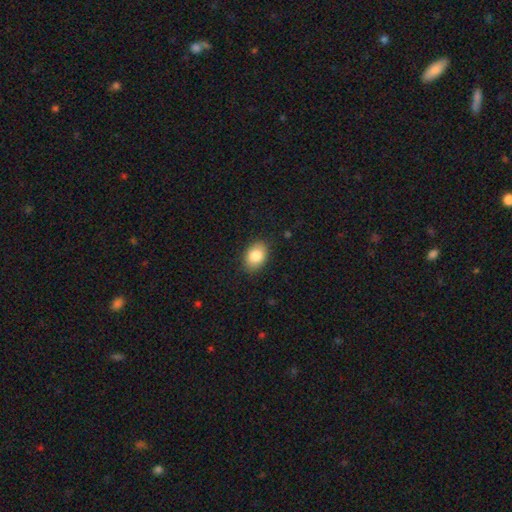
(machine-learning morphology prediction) smooth_or_featured: smooth (p=0.85) [alt: featured or disk p=0.08]
how_rounded: in between (p=0.82) [alt: round p=0.17]
merging: none (p=0.86) [alt: minor disturbance p=0.11]